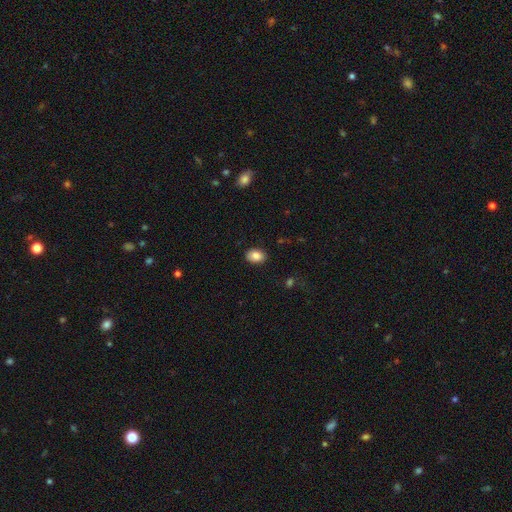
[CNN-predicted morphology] Smooth or featured? Predicted: smooth (p=0.87). How rounded? Predicted: in between (p=0.78). Merging? Predicted: none (p=0.88).